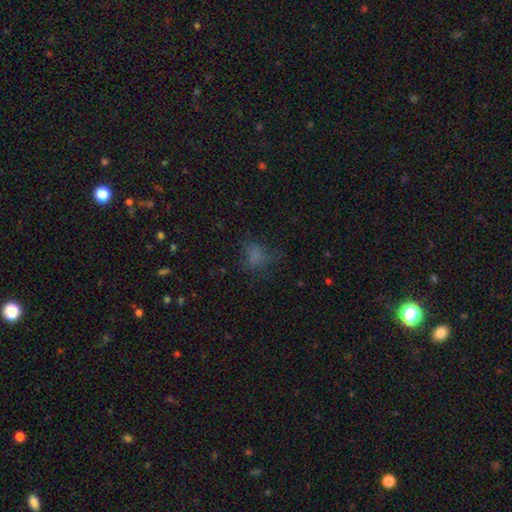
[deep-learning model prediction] This appears to be a smooth galaxy with no disk features (66%) that is round (49%, tied with in between). Merging: none (51%).